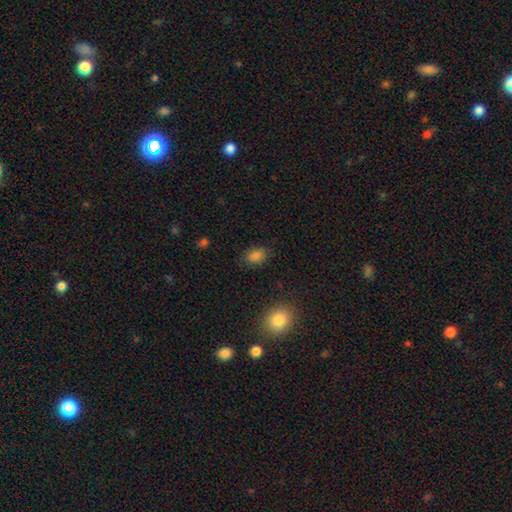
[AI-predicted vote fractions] Smooth or featured: smooth — 82% (star or artifact — 12%)
How rounded: in between — 85% (round — 13%)
Merging: none — 81% (minor disturbance — 14%)